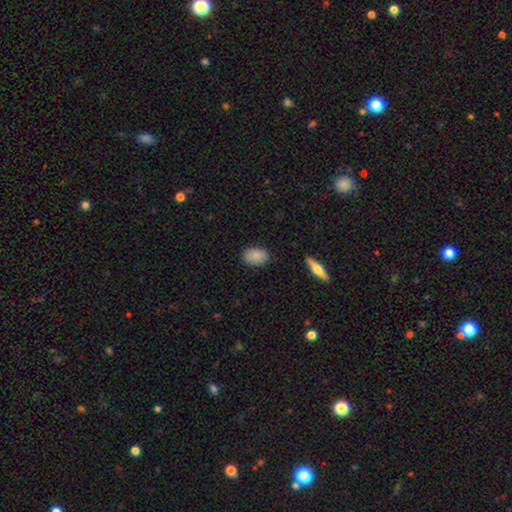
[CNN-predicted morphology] The model was most divided on "how rounded": in between: 86%, round: 13%, cigar-shaped: 2%. More confident: merging — none (86%); smooth or featured — smooth (85%).